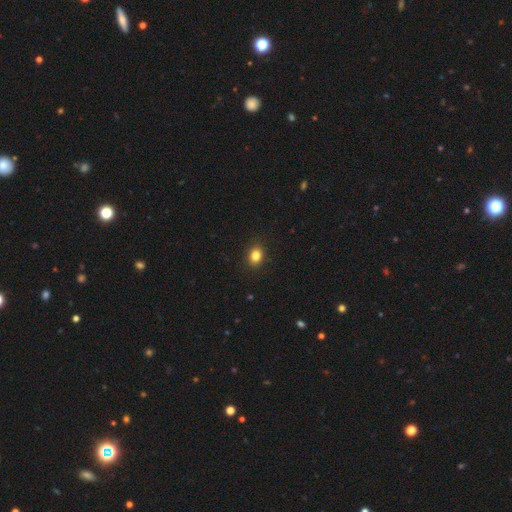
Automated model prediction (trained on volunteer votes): smooth_or_featured: smooth (p=0.84) [alt: star or artifact p=0.11]
how_rounded: in between (p=0.55) [alt: round p=0.44]
merging: none (p=0.90) [alt: minor disturbance p=0.07]